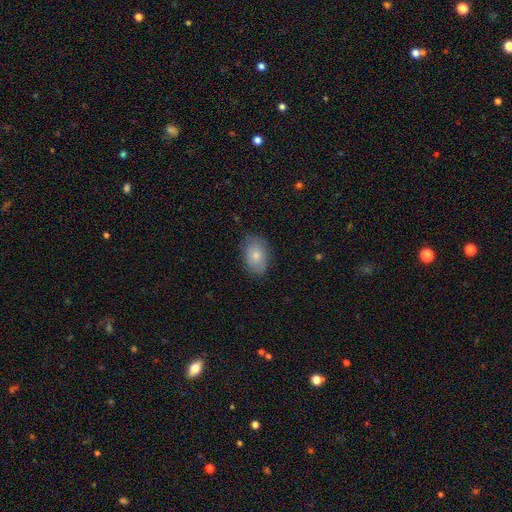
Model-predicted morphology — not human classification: This appears to be a smooth galaxy with no disk features (75%) that is in between round and cigar-shaped (86%). Merging: none (77%).